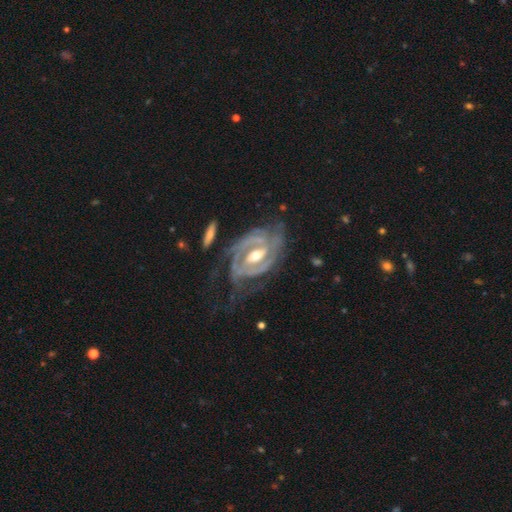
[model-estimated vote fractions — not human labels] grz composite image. It shows a featured or disk galaxy (92%) with a strong bar (48%), 2 (61%) tight (57%) spiral arms (97%) and a moderate central bulge (68%). Merging: none (55%).